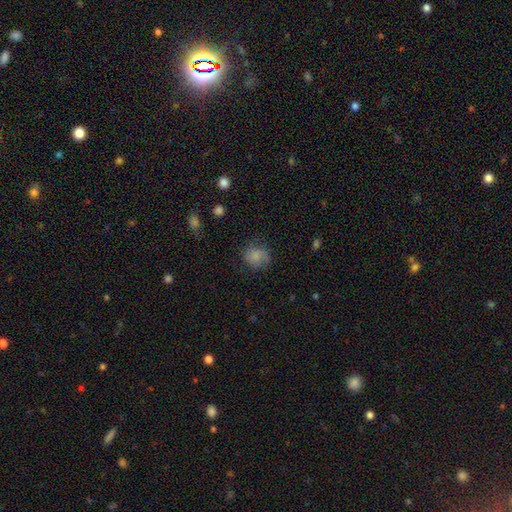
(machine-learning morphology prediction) Smooth or featured? Predicted: smooth (p=0.73). How rounded? Predicted: round (p=0.77). Merging? Predicted: none (p=0.64).